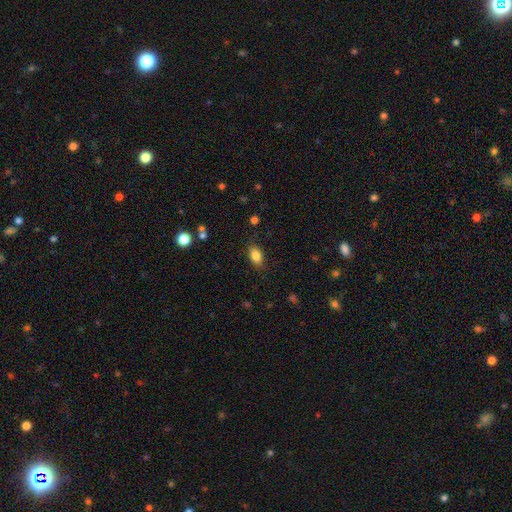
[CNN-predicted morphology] Smooth or featured: smooth — 84% (star or artifact — 9%)
How rounded: in between — 87% (round — 10%)
Merging: none — 84% (minor disturbance — 12%)